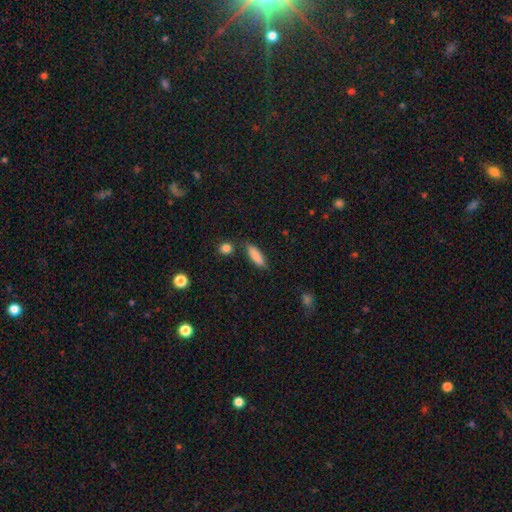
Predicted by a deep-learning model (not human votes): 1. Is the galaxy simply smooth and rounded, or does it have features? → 85% smooth, 8% featured or disk, 7% star or artifact.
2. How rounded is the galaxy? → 53% cigar-shaped, 45% in between, 2% round.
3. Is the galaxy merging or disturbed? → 81% none, 12% minor disturbance, 4% merger, 3% major disturbance.